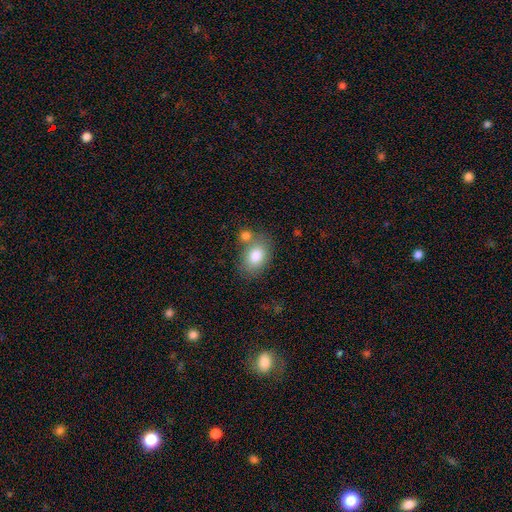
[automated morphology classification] Q: Smooth or featured?
A: smooth (82%); runner-up: featured or disk (11%)
Q: How rounded?
A: in between (78%); runner-up: round (21%)
Q: Merging?
A: none (59%); runner-up: merger (20%)